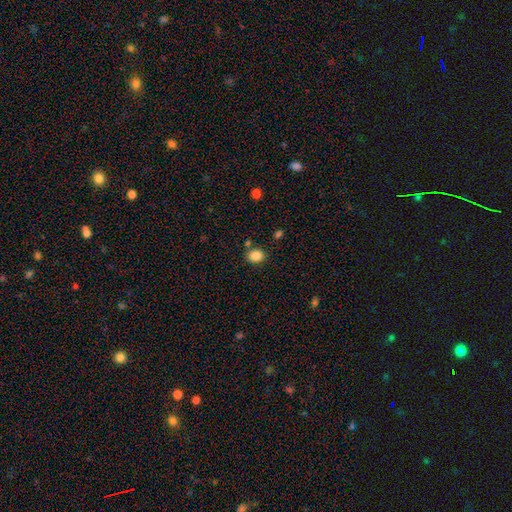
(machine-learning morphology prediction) Smooth or featured: smooth — 87% (star or artifact — 10%)
How rounded: round — 60% (in between — 39%)
Merging: none — 81% (minor disturbance — 10%)